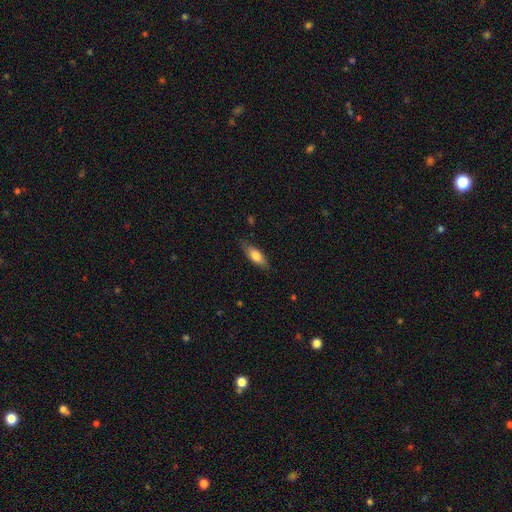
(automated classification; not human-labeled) Smooth or featured: smooth — 73% (featured or disk — 21%)
How rounded: in between — 62% (cigar-shaped — 35%)
Merging: none — 79% (minor disturbance — 16%)